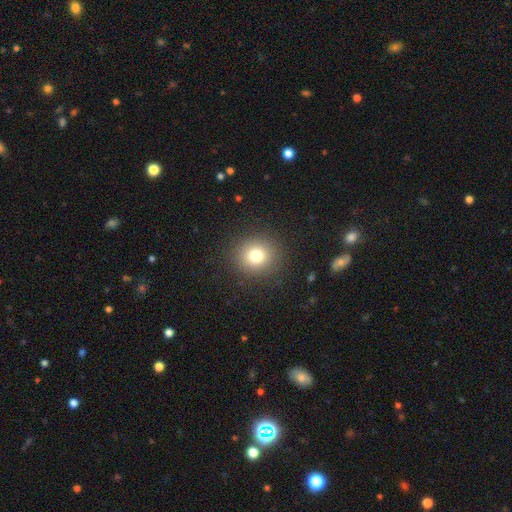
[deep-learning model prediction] This appears to be a smooth galaxy with no disk features (77%) that is round (88%). Merging: none (89%).